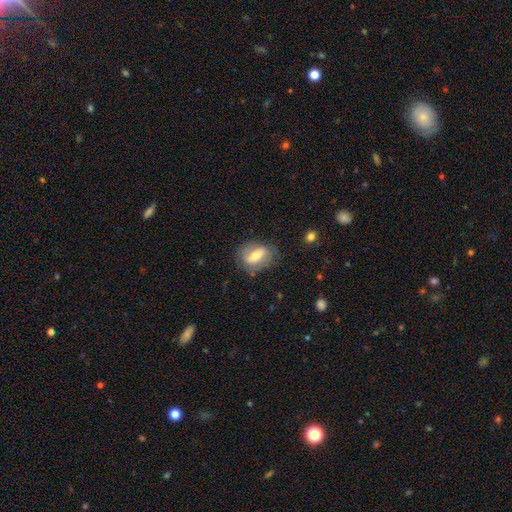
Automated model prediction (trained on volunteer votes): smooth-or-featured: smooth: 49% | featured or disk: 44% | star or artifact: 7%
  merging: none: 74% | minor disturbance: 18% | major disturbance: 6% | merger: 2%